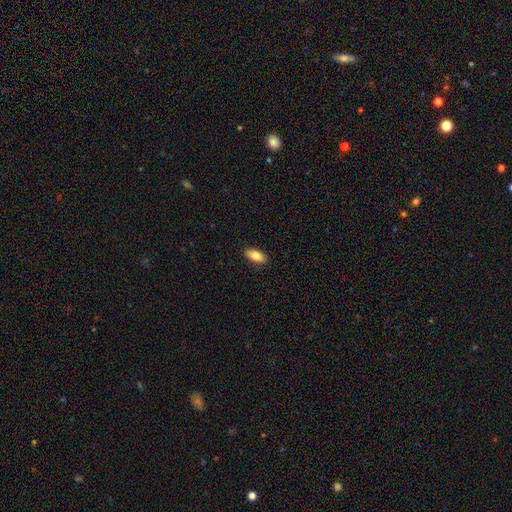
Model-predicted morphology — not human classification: Smooth or featured? Predicted: smooth (p=0.88). How rounded? Predicted: in between (p=0.90). Merging? Predicted: none (p=0.89).